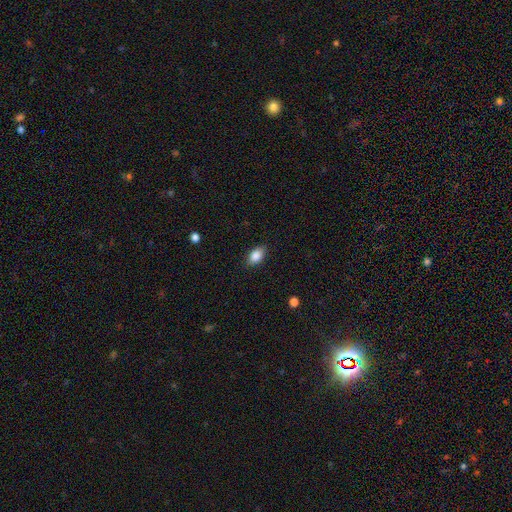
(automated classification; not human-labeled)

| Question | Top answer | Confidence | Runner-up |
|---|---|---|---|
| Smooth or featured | smooth | 87% | star or artifact (8%) |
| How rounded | in between | 89% | round (9%) |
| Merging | none | 86% | minor disturbance (11%) |